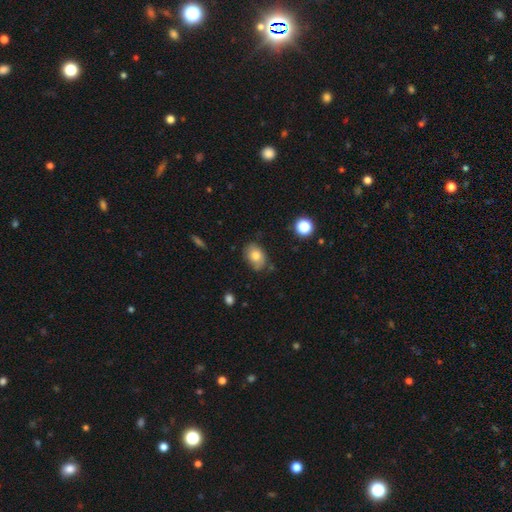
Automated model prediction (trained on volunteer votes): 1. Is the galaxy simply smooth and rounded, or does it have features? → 76% smooth, 15% featured or disk, 9% star or artifact.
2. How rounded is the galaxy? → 75% in between, 24% round, 1% cigar-shaped.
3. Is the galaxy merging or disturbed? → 67% none, 25% minor disturbance, 5% major disturbance, 2% merger.